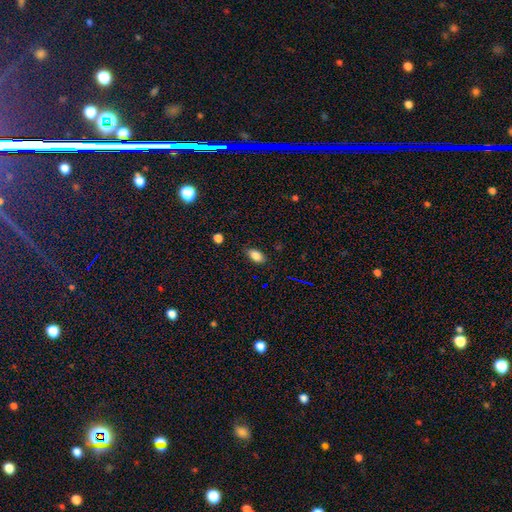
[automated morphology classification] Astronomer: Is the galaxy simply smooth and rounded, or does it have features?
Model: smooth — 84%.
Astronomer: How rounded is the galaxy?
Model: in between — 90%.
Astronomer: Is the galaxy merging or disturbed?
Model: none — 84%.